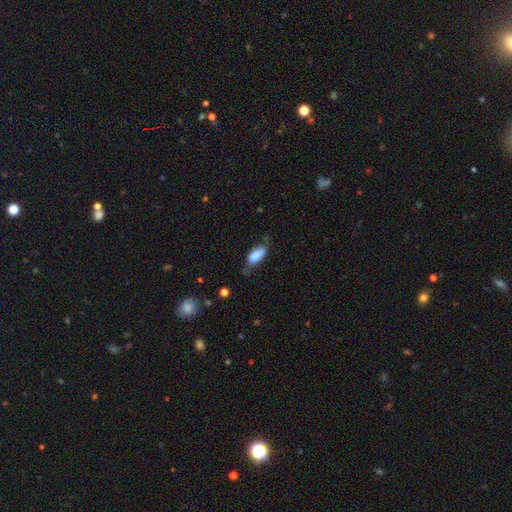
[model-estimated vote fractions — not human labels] A smooth galaxy with no disk features (84%) that is in between round and cigar-shaped (86%).

Vote fractions:
- Smooth or featured? smooth: 84% / featured or disk: 9% / star or artifact: 7%
- How rounded? in between: 86% / cigar-shaped: 12% / round: 3%
- Merging? none: 45% / minor disturbance: 39% / major disturbance: 12% / merger: 4%